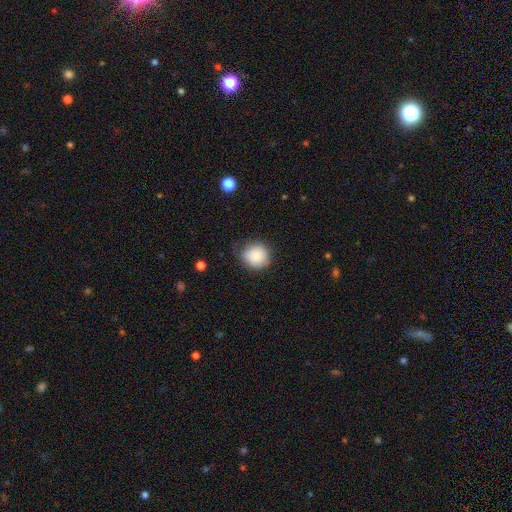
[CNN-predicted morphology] Overall: smooth (87%). How rounded: round (85%). Merging: none (72%).